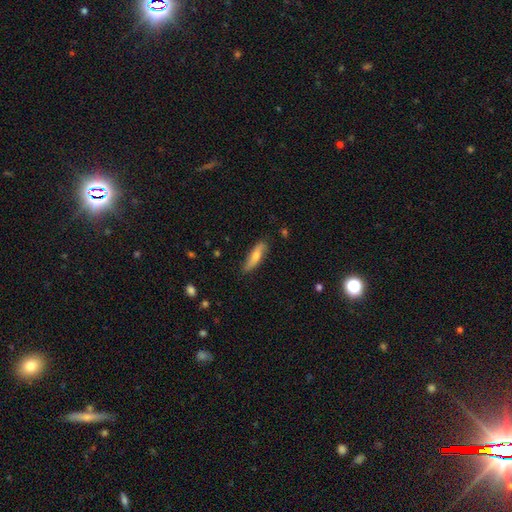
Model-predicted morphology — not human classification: smooth_or_featured: smooth (p=0.59) [alt: featured or disk p=0.35]
how_rounded: cigar-shaped (p=0.69) [alt: in between p=0.29]
merging: none (p=0.82) [alt: minor disturbance p=0.14]